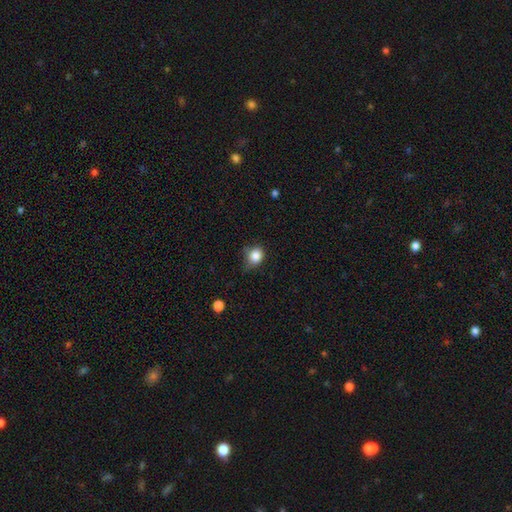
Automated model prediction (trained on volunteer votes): A smooth galaxy with no disk features (84%) that is round (71%). Merging: none (53%).